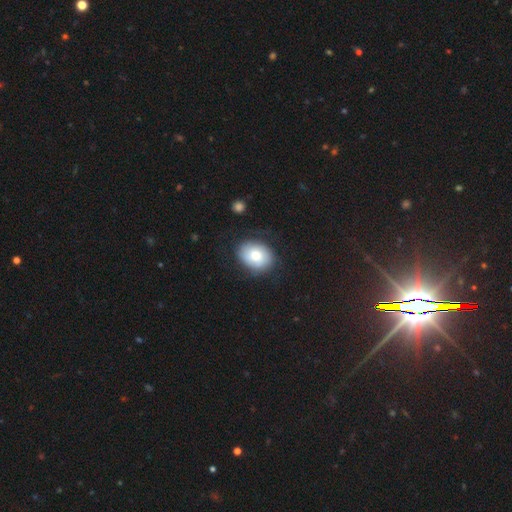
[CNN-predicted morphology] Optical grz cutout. It shows a smooth galaxy with no disk features (73%) that is in between round and cigar-shaped (59%). Merging: none (76%).